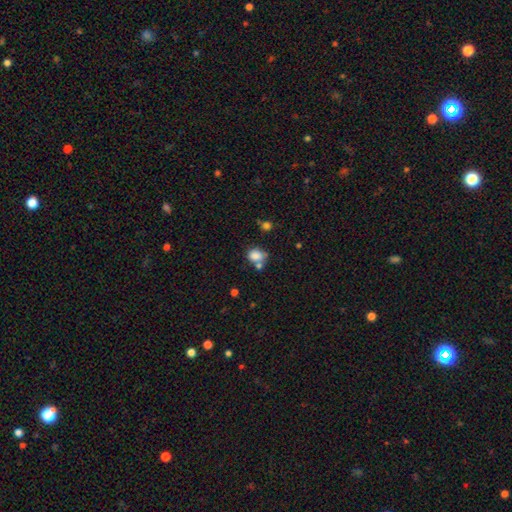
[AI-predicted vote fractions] Smooth or featured? smooth (81%)
How rounded? round (53%)
Merging? none (48%)